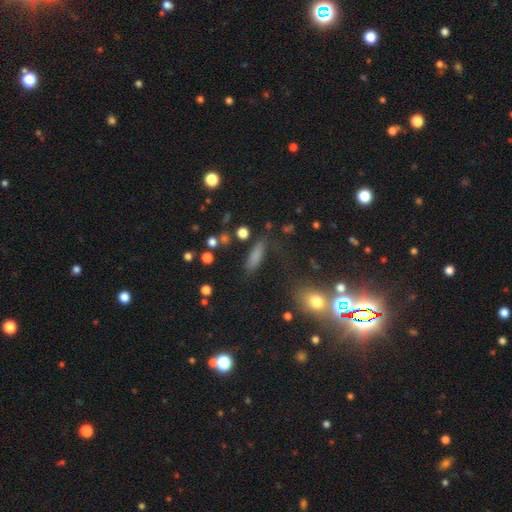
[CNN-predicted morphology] Overall: smooth (75%). How rounded: cigar-shaped (52%; in between 43%). Merging: none (72%).